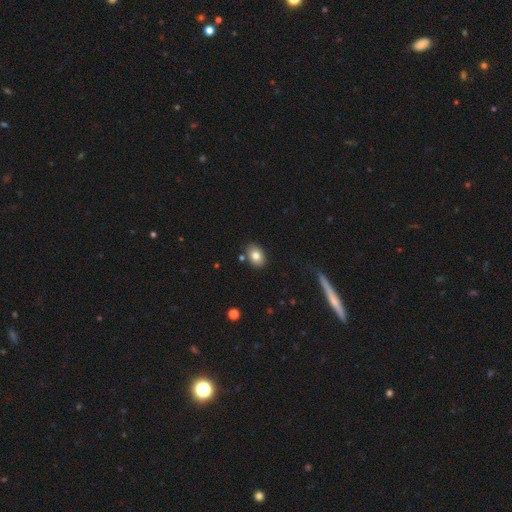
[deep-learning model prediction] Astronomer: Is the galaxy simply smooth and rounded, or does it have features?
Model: smooth — 81%.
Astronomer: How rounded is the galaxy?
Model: in between — 75%.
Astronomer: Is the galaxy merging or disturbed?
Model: none — 84%.